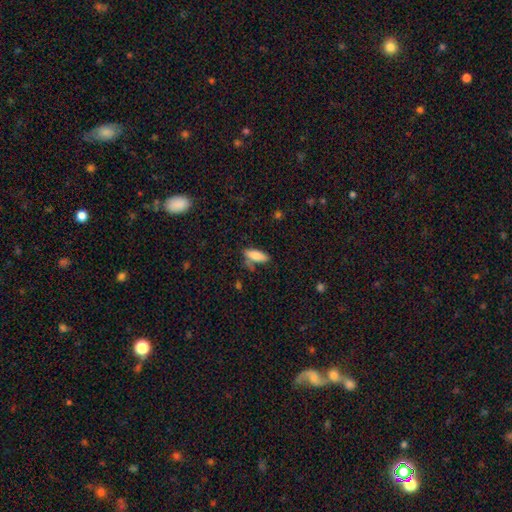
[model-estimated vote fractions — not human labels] smooth_or_featured: smooth (p=0.82) [alt: featured or disk p=0.11]
how_rounded: in between (p=0.64) [alt: cigar-shaped p=0.34]
merging: none (p=0.65) [alt: minor disturbance p=0.21]